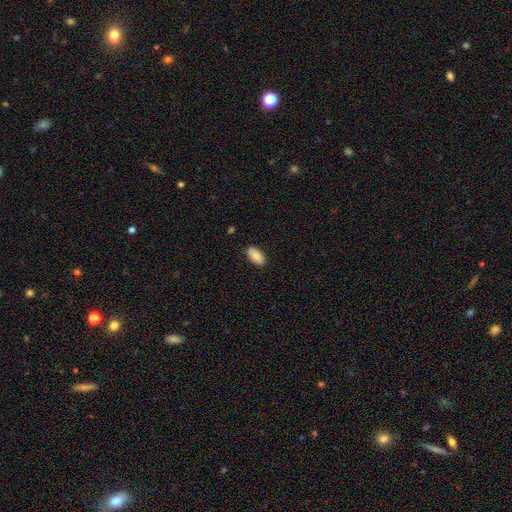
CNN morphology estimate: type=smooth (87%); roundness=in between (95%); merging=none (87%).